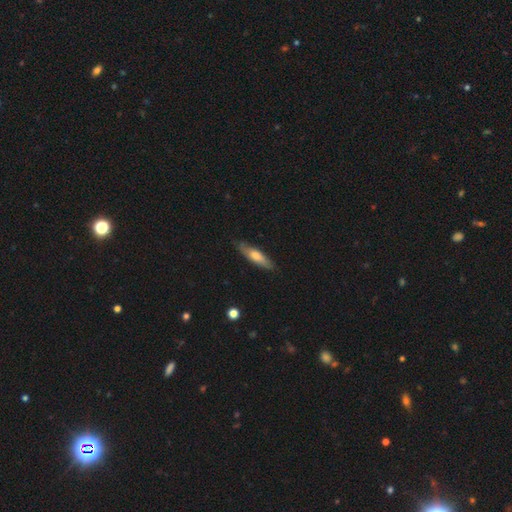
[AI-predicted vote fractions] A smooth galaxy with no disk features (60%) that is cigar-shaped (65%).

Vote fractions:
- Smooth or featured? smooth: 60% / featured or disk: 34% / star or artifact: 6%
- How rounded? cigar-shaped: 65% / in between: 33% / round: 2%
- Merging? none: 79% / minor disturbance: 17% / major disturbance: 3% / merger: 1%